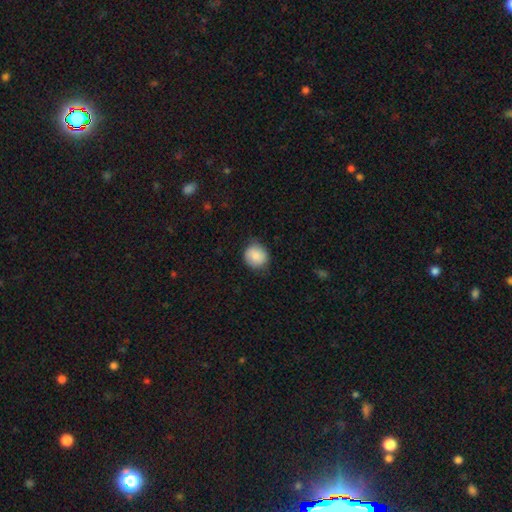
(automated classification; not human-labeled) smooth-or-featured: smooth: 85% | featured or disk: 8% | star or artifact: 7%
  how-rounded: round: 81% | in between: 19% | cigar-shaped: 1%
  merging: none: 76% | minor disturbance: 19% | major disturbance: 4% | merger: 1%